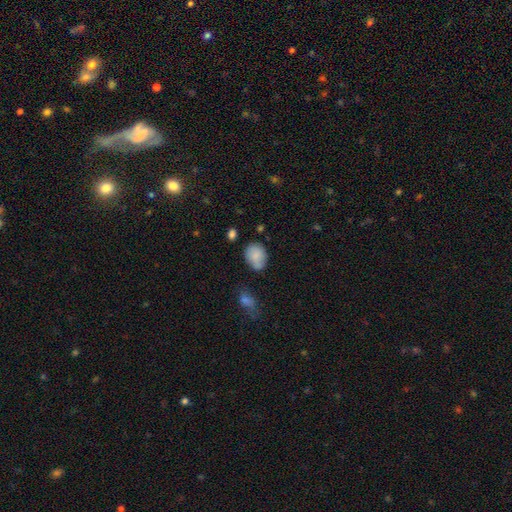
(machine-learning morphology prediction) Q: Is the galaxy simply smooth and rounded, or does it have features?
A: smooth — 82%.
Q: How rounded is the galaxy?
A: in between — 66%.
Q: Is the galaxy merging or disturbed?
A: none — 59%.